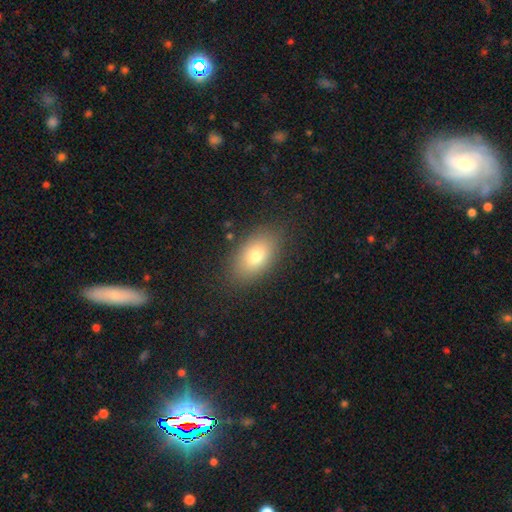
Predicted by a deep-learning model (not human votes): This appears to be a smooth galaxy with no disk features (76%) that is in between round and cigar-shaped (88%). Merging: none (85%).